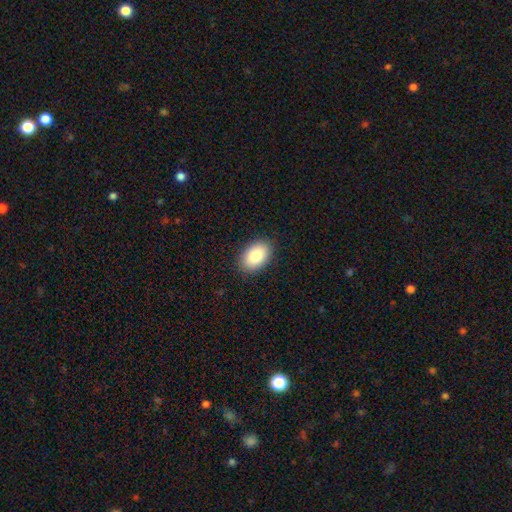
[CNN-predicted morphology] Smooth or featured? Predicted: smooth (p=0.85). How rounded? Predicted: in between (p=0.90). Merging? Predicted: none (p=0.89).